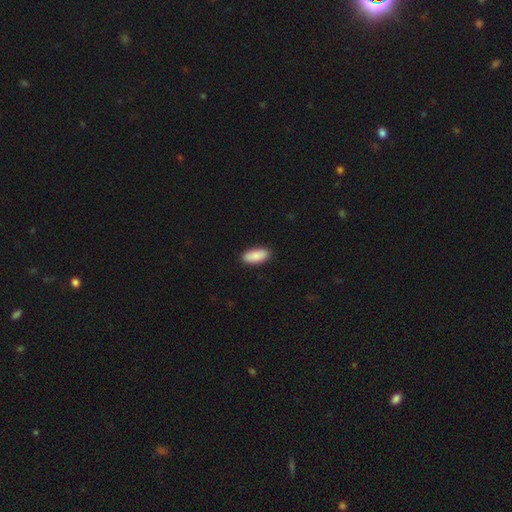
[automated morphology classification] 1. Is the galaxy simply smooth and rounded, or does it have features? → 89% smooth, 6% featured or disk, 6% star or artifact.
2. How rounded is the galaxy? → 87% in between, 11% cigar-shaped, 2% round.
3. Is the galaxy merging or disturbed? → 90% none, 8% minor disturbance, 2% major disturbance, 1% merger.